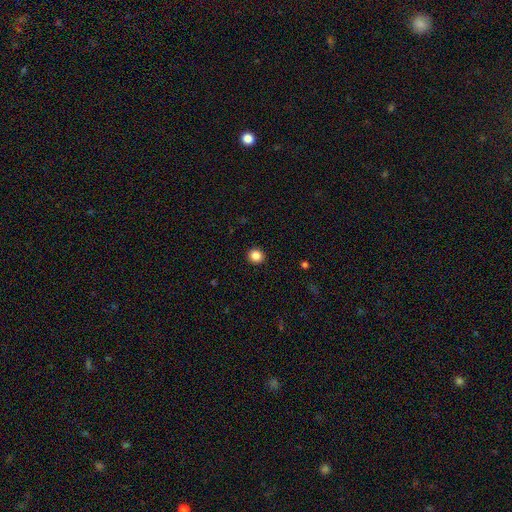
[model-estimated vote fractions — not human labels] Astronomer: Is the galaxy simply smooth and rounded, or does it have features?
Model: smooth — 86%.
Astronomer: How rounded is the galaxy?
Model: round — 91%.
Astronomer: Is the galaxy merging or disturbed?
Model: none — 93%.